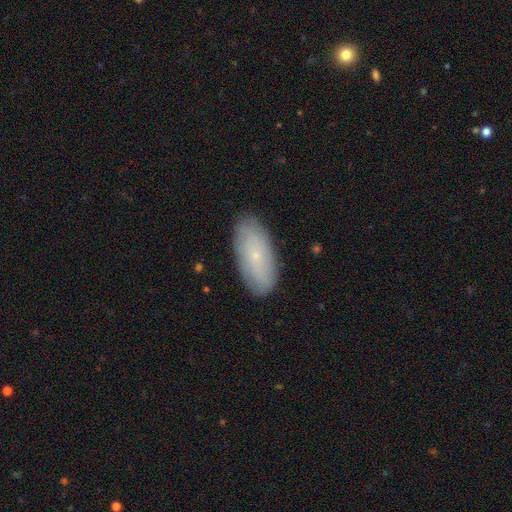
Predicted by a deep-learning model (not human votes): smooth-or-featured: smooth: 60% | featured or disk: 32% | star or artifact: 8%
  how-rounded: in between: 88% | cigar-shaped: 10% | round: 3%
  merging: none: 86% | minor disturbance: 11% | major disturbance: 2% | merger: 1%